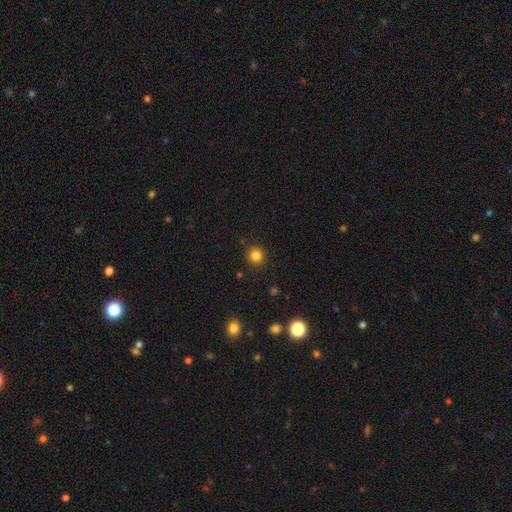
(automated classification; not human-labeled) This is clearly a smooth galaxy (84%). How rounded: clearly round (91%). Merging: clearly none (91%).